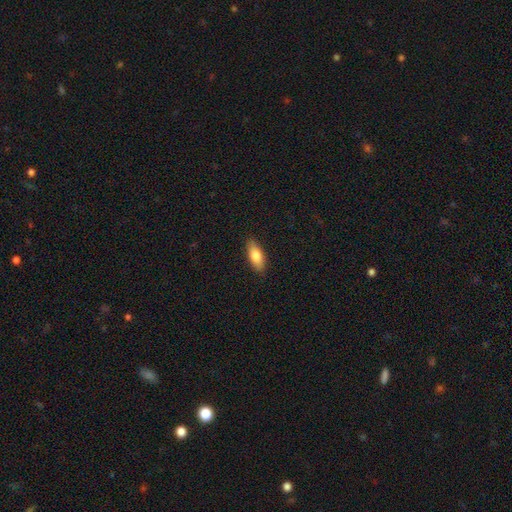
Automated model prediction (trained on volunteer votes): smooth_or_featured: smooth (p=0.80) [alt: featured or disk p=0.14]
how_rounded: in between (p=0.79) [alt: cigar-shaped p=0.18]
merging: none (p=0.88) [alt: minor disturbance p=0.09]